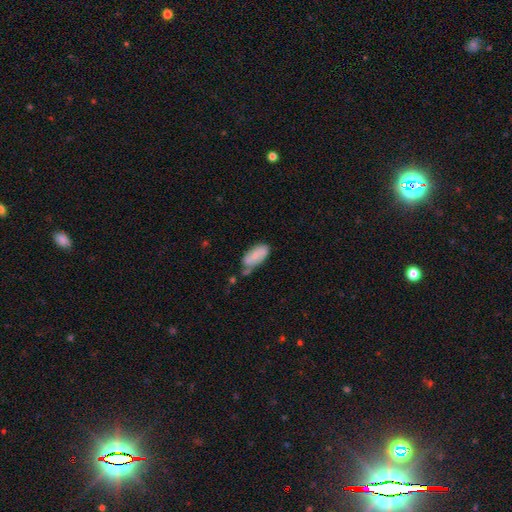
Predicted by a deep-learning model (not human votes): A smooth galaxy with no disk features (67%) that is in between round and cigar-shaped (90%).

Vote fractions:
- Smooth or featured? smooth: 67% / featured or disk: 26% / star or artifact: 7%
- How rounded? in between: 90% / cigar-shaped: 7% / round: 3%
- Merging? none: 42% / minor disturbance: 31% / merger: 17% / major disturbance: 10%